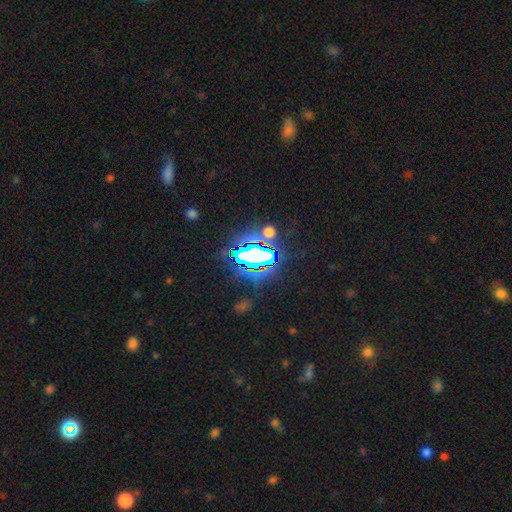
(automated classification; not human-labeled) The model was most divided on "smooth or featured": star or artifact: 68%, smooth: 19%, featured or disk: 13%.